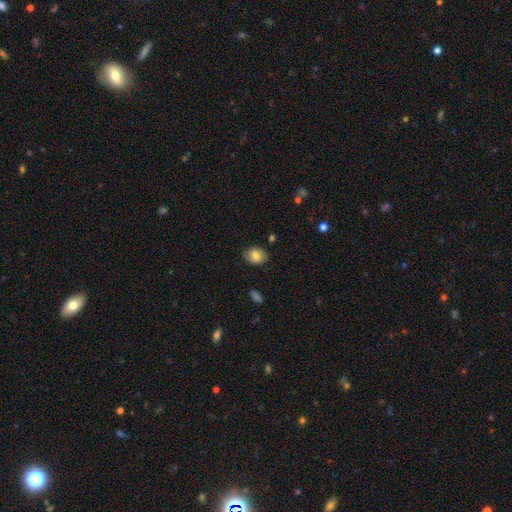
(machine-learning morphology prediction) A smooth galaxy with no disk features (79%) that is in between round and cigar-shaped (63%). Merging: none (85%).